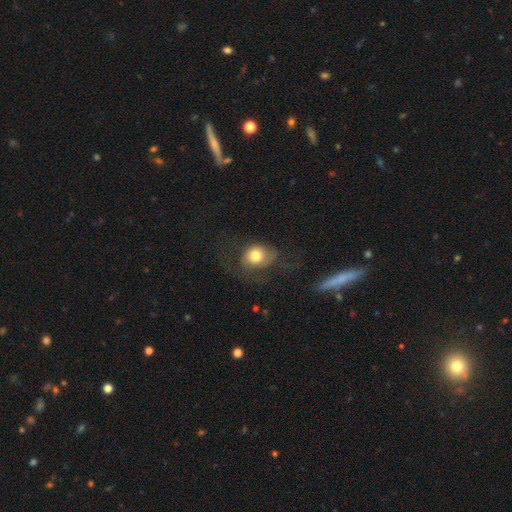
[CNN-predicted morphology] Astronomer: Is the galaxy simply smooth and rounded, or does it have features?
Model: smooth — 72%.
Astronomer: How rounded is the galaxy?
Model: round — 64%.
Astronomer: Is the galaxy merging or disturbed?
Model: none — 46% (runner-up: major disturbance, 30%).